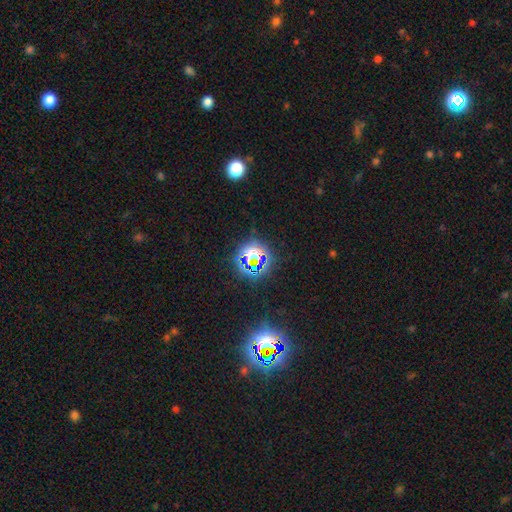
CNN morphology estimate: This is likely a star or artifact rather than a galaxy (75%).